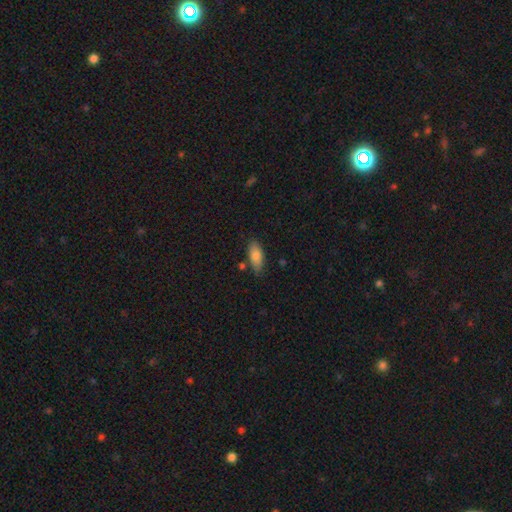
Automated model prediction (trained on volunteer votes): A smooth galaxy with no disk features (82%) that is in between round and cigar-shaped (82%).

Vote fractions:
- Smooth or featured? smooth: 82% / featured or disk: 11% / star or artifact: 7%
- How rounded? in between: 82% / cigar-shaped: 16% / round: 2%
- Merging? none: 75% / minor disturbance: 16% / merger: 5% / major disturbance: 3%